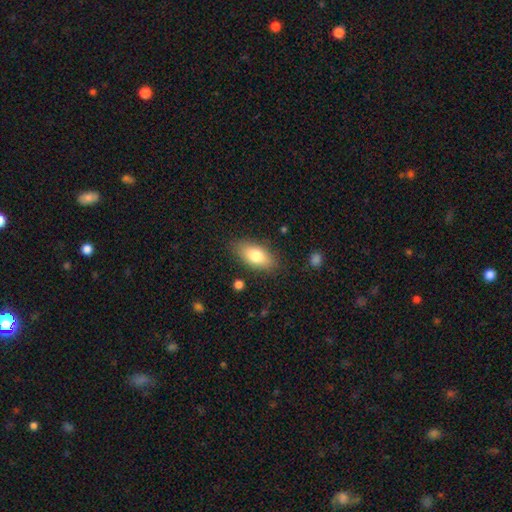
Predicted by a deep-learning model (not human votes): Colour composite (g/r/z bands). It shows a smooth galaxy with no disk features (78%) that is in between round and cigar-shaped (86%). Merging: none (83%).